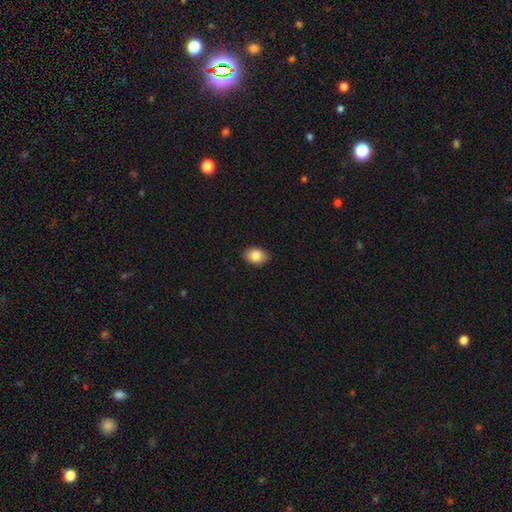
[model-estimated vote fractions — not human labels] Smooth or featured?
  - smooth: 86% *
  - star or artifact: 8%
  - featured or disk: 6%
How rounded?
  - in between: 76% *
  - round: 23%
  - cigar-shaped: 1%
Merging?
  - none: 89% *
  - minor disturbance: 8%
  - major disturbance: 2%
  - merger: 1%